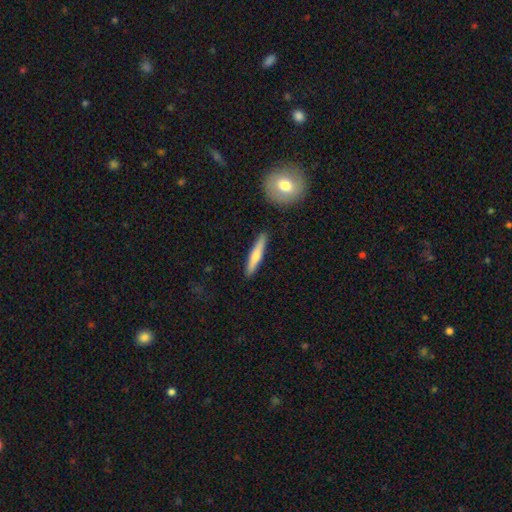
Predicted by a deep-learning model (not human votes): Morphology: type=smooth (55%); roundness=cigar-shaped (90%); merging=none (90%).